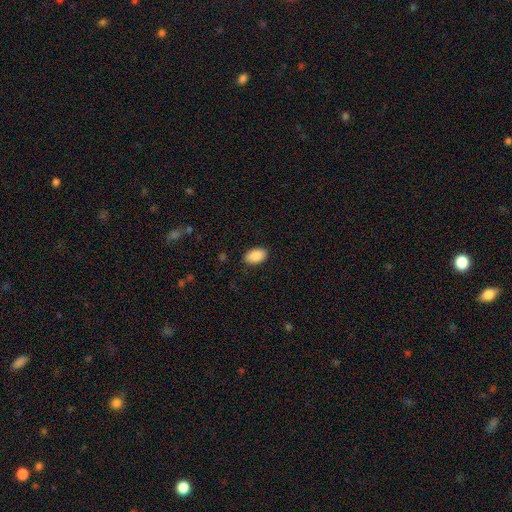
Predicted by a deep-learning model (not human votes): Overall: smooth (90%). How rounded: in between (92%). Merging: none (88%).